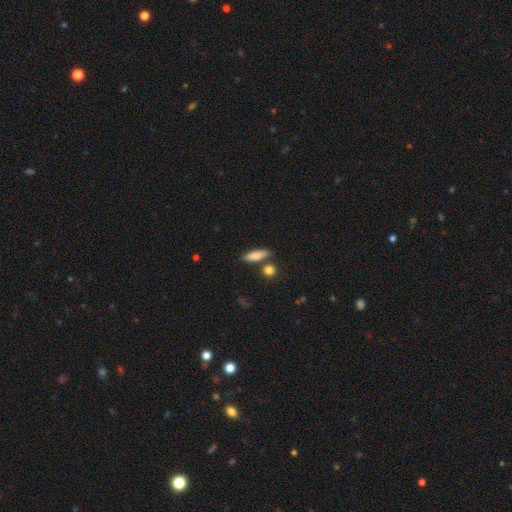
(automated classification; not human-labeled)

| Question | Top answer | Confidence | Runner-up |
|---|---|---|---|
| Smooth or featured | smooth | 84% | featured or disk (9%) |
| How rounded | in between | 58% | cigar-shaped (38%) |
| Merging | none | 73% | minor disturbance (13%) |